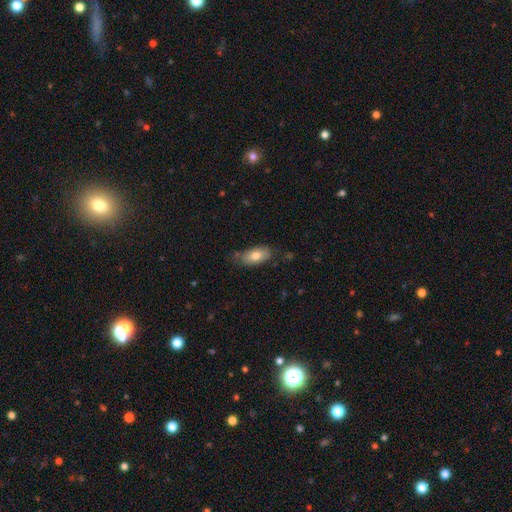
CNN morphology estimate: smooth-or-featured: smooth: 77% | featured or disk: 16% | star or artifact: 7%
  how-rounded: in between: 90% | cigar-shaped: 6% | round: 4%
  merging: none: 72% | minor disturbance: 21% | major disturbance: 4% | merger: 4%